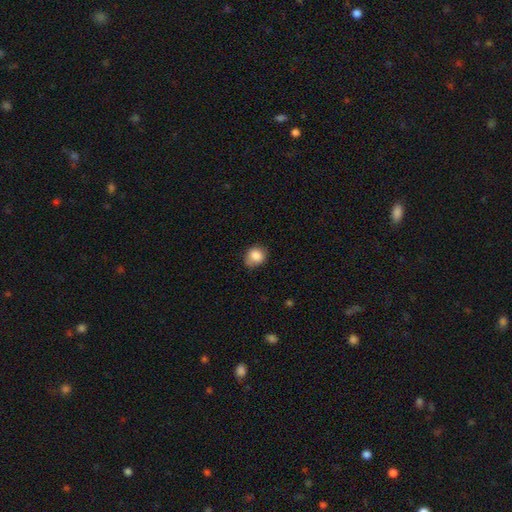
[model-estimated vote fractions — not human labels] Overall: smooth (84%). How rounded: round (71%). Merging: none (64%; minor disturbance 28%).